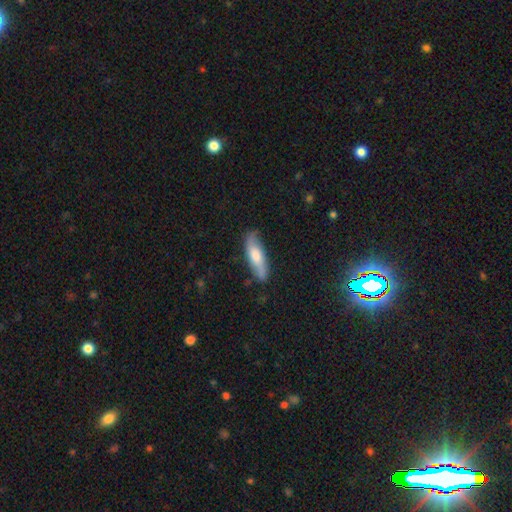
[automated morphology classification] Smooth or featured?
  - smooth: 57% *
  - featured or disk: 36%
  - star or artifact: 8%
How rounded?
  - cigar-shaped: 61% *
  - in between: 37%
  - round: 2%
Merging?
  - none: 79% *
  - minor disturbance: 16%
  - major disturbance: 3%
  - merger: 2%